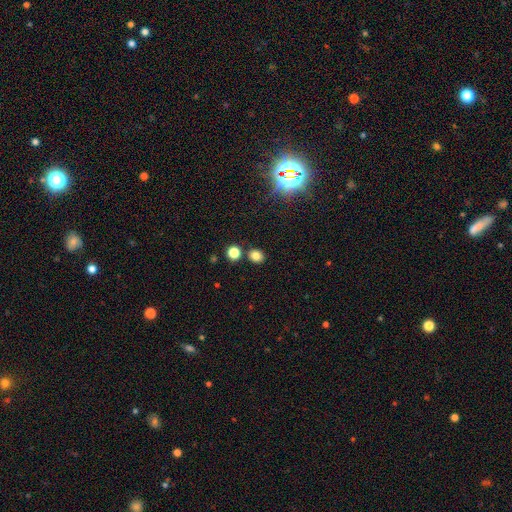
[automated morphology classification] A smooth galaxy with no disk features (79%) that is round (71%).

Vote fractions:
- Smooth or featured? smooth: 79% / star or artifact: 16% / featured or disk: 6%
- How rounded? round: 71% / in between: 28% / cigar-shaped: 1%
- Merging? none: 80% / merger: 9% / minor disturbance: 8% / major disturbance: 3%